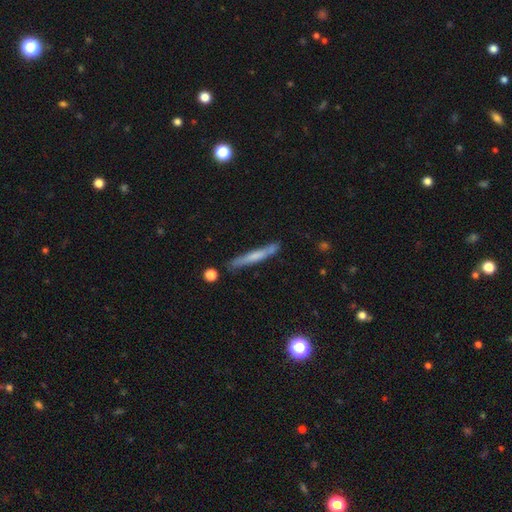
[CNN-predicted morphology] The model was most divided on "smooth or featured": smooth: 52%, featured or disk: 41%, star or artifact: 7%. More confident: how rounded — cigar-shaped (96%); merging — none (81%).